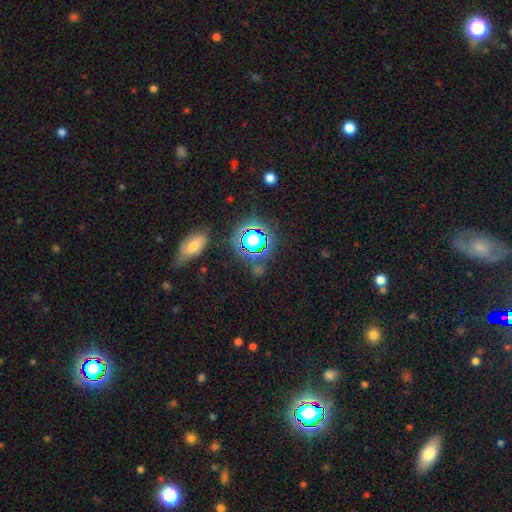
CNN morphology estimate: Smooth or featured: star or artifact — 62% (smooth — 24%)